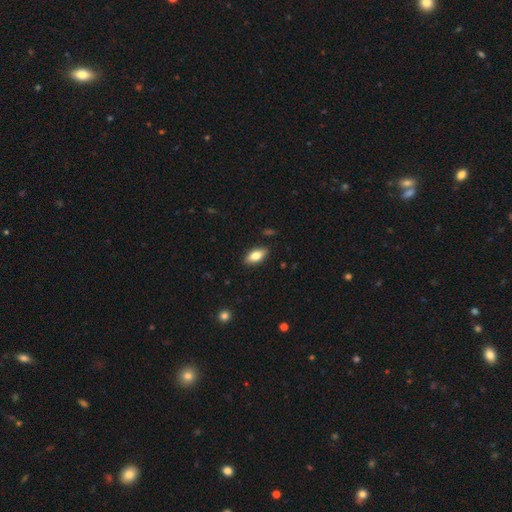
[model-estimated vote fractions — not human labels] Smooth or featured? smooth (76%)
How rounded? in between (86%)
Merging? none (87%)